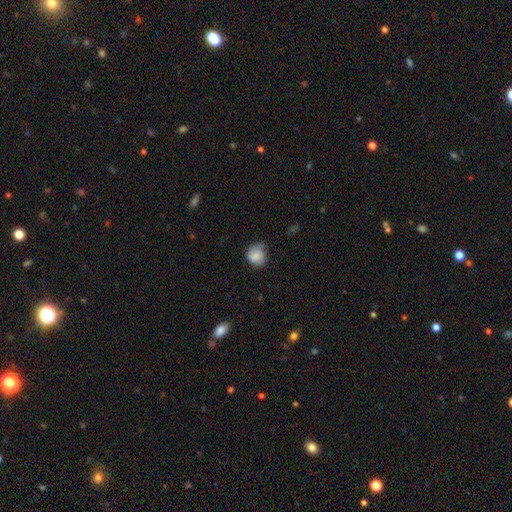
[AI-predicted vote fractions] Smooth or featured?
  - smooth: 82% *
  - featured or disk: 10%
  - star or artifact: 8%
How rounded?
  - round: 78% *
  - in between: 21%
  - cigar-shaped: 1%
Merging?
  - none: 64% *
  - minor disturbance: 28%
  - major disturbance: 7%
  - merger: 2%